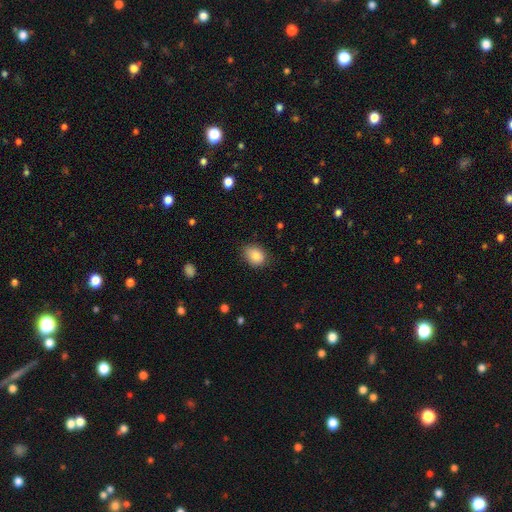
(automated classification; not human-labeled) The model was most divided on "how rounded": in between: 66%, round: 33%, cigar-shaped: 1%. More confident: smooth or featured — smooth (86%); merging — none (78%).